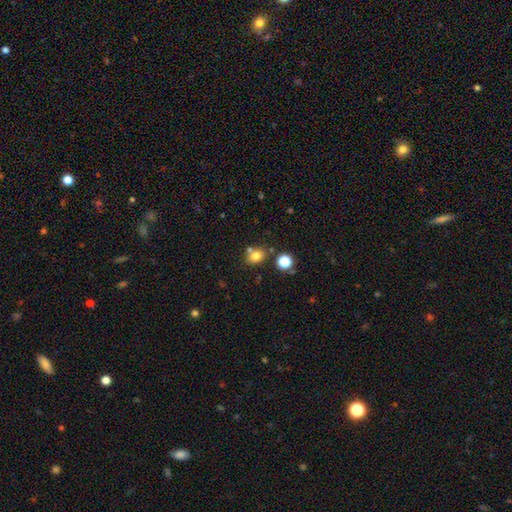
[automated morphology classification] smooth-or-featured: smooth: 77% | star or artifact: 14% | featured or disk: 8%
  how-rounded: round: 52% | in between: 47% | cigar-shaped: 1%
  merging: none: 69% | merger: 16% | minor disturbance: 12% | major disturbance: 4%